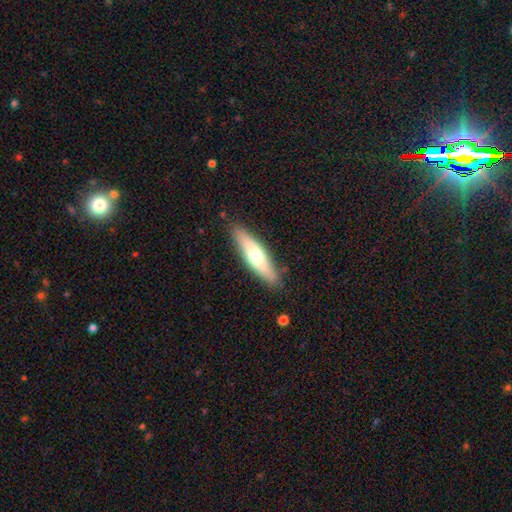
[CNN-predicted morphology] smooth-or-featured: smooth: 57% | featured or disk: 38% | star or artifact: 5%
  how-rounded: cigar-shaped: 71% | in between: 27% | round: 2%
  merging: none: 87% | minor disturbance: 10% | major disturbance: 2% | merger: 1%